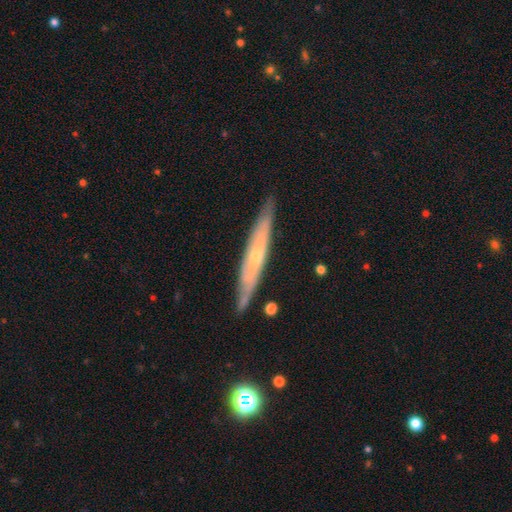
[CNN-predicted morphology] Q: Smooth or featured?
A: featured or disk (66%); runner-up: smooth (28%)
Q: Edge-on disk?
A: yes (80%); runner-up: no (20%)
Q: Edge-on bulge?
A: rounded (52%); runner-up: none (45%)
Q: Merging?
A: none (82%); runner-up: minor disturbance (14%)